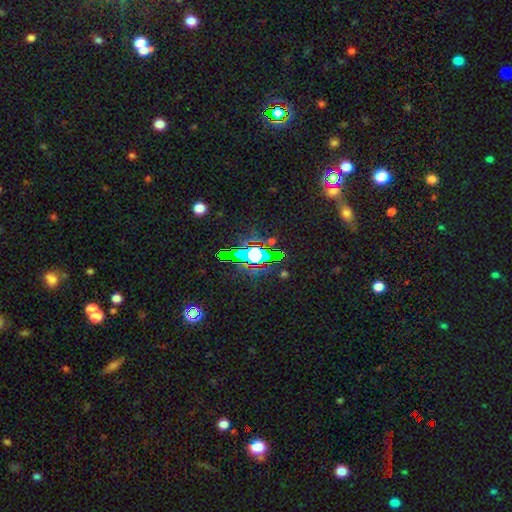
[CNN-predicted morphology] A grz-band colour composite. It shows a star or artifact, not a galaxy (66%).